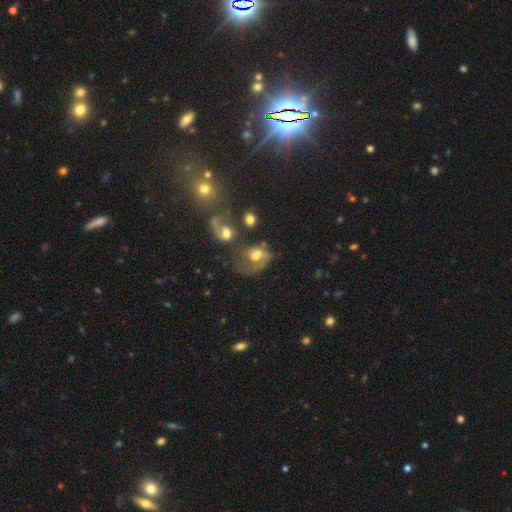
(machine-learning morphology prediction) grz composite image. It shows a featured or disk galaxy (48%). Merging: merger (35%).